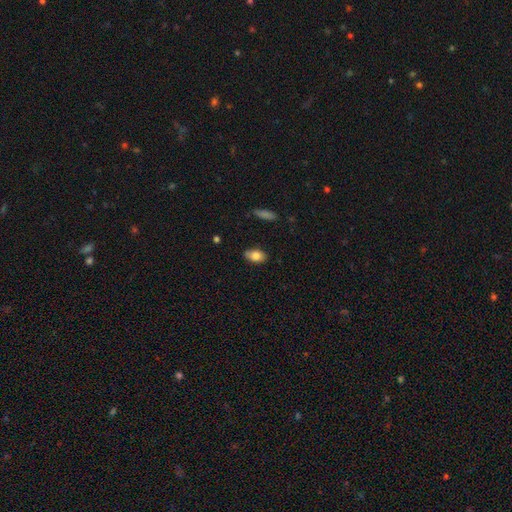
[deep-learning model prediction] Smooth or featured?
  - smooth: 81% *
  - featured or disk: 12%
  - star or artifact: 7%
How rounded?
  - in between: 89% *
  - round: 8%
  - cigar-shaped: 3%
Merging?
  - none: 78% *
  - minor disturbance: 17%
  - major disturbance: 3%
  - merger: 2%